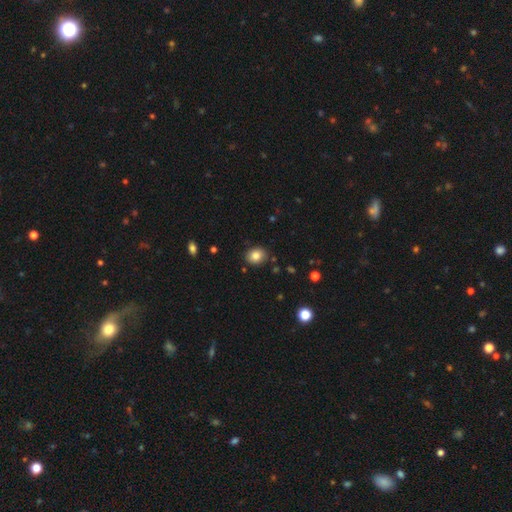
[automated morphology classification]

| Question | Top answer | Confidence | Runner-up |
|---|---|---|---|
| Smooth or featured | smooth | 83% | star or artifact (10%) |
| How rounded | round | 56% | in between (43%) |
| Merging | none | 87% | minor disturbance (9%) |